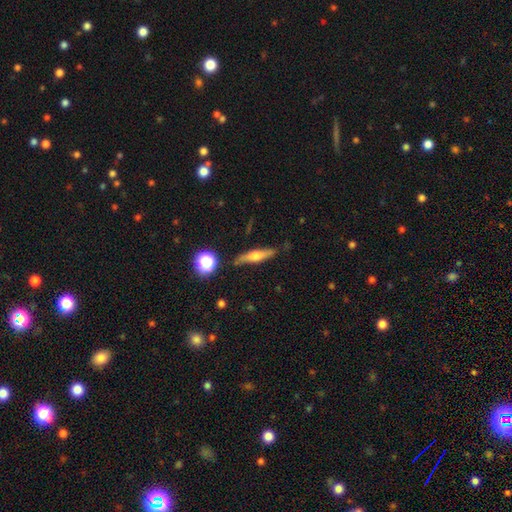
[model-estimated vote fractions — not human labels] Smooth or featured? smooth (46%)
Merging? none (80%)